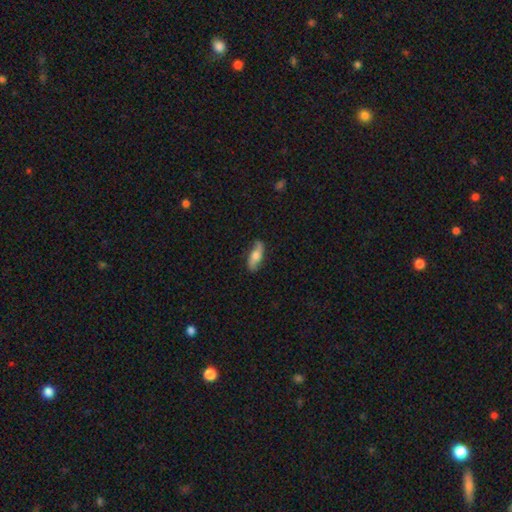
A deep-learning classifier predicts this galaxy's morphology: A smooth galaxy with no disk features (50%) that is in between round and cigar-shaped (64%).

Vote fractions:
- Smooth or featured? smooth: 50% / featured or disk: 43% / star or artifact: 6%
- How rounded? in between: 64% / cigar-shaped: 33% / round: 4%
- Merging? none: 80% / minor disturbance: 15% / major disturbance: 3% / merger: 1%